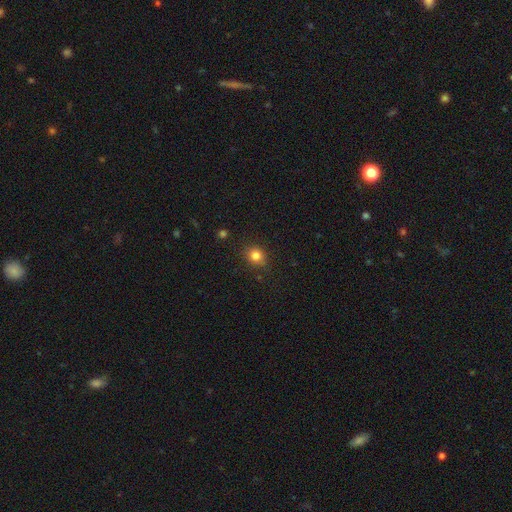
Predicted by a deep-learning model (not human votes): Smooth or featured? Predicted: smooth (p=0.82). How rounded? Predicted: round (p=0.75). Merging? Predicted: none (p=0.84).